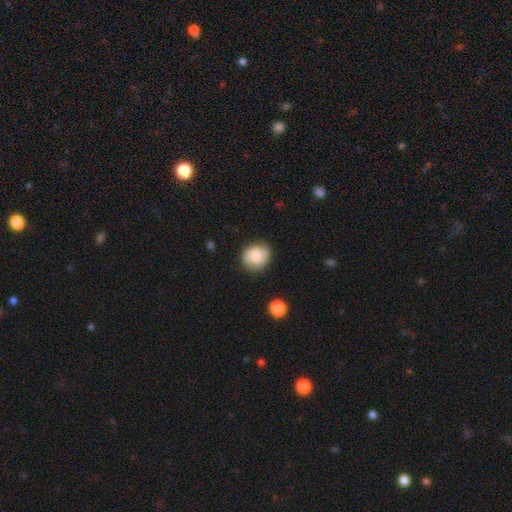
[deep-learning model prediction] Overall: smooth (65%; featured or disk 26%). How rounded: round (74%). Merging: none (76%).